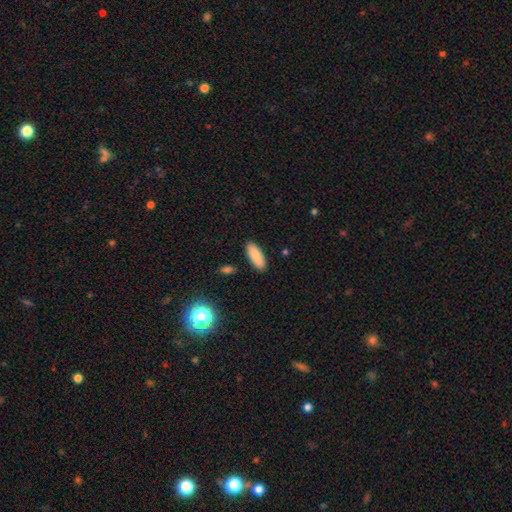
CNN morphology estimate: smooth_or_featured: smooth (p=0.88) [alt: star or artifact p=0.07]
how_rounded: in between (p=0.72) [alt: cigar-shaped p=0.26]
merging: none (p=0.89) [alt: minor disturbance p=0.07]